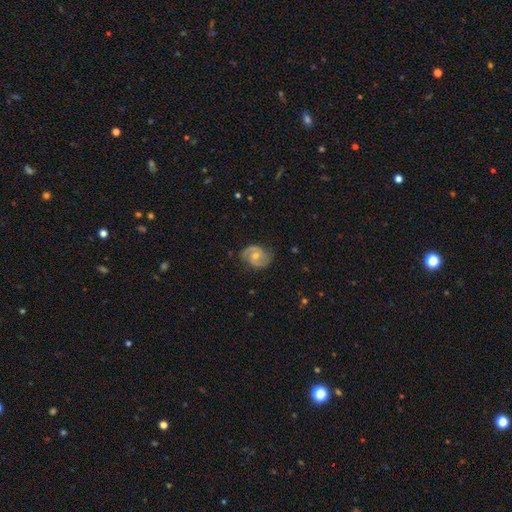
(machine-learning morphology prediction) A featured or disk galaxy (80%) with no bar (46%), 2 (89%) medium (52%) spiral arms (95%) and a moderate central bulge (49%). Merging: none (76%).